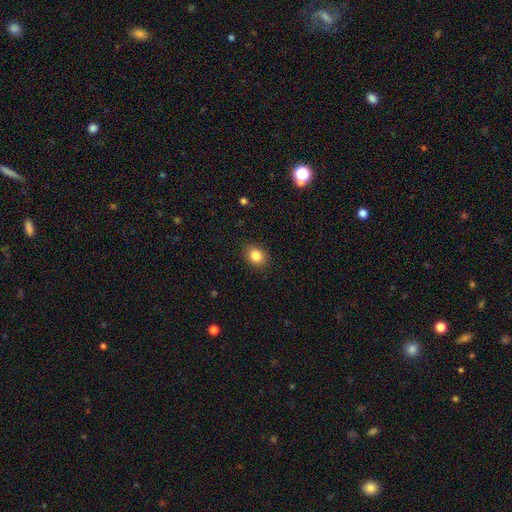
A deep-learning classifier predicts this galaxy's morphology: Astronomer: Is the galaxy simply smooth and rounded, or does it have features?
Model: smooth — 85%.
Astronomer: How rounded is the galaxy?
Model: round — 60% (runner-up: in between, 39%).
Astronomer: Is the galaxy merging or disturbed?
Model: none — 89%.